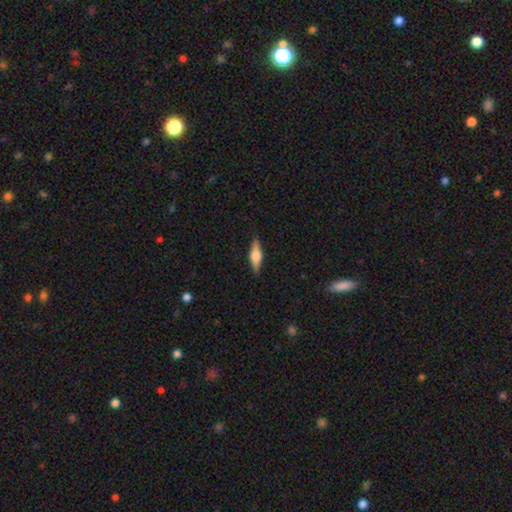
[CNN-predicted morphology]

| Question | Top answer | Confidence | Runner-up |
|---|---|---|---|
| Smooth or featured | featured or disk | 48% | smooth (46%) |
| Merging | none | 88% | minor disturbance (9%) |